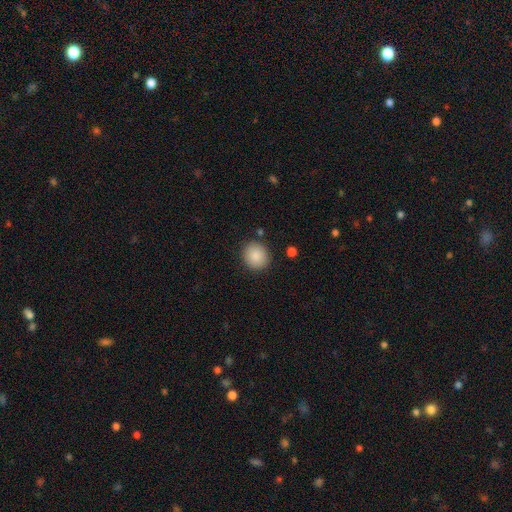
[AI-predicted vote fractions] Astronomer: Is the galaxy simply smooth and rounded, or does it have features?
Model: smooth — 89%.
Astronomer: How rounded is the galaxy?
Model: round — 85%.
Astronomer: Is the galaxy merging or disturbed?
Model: none — 88%.